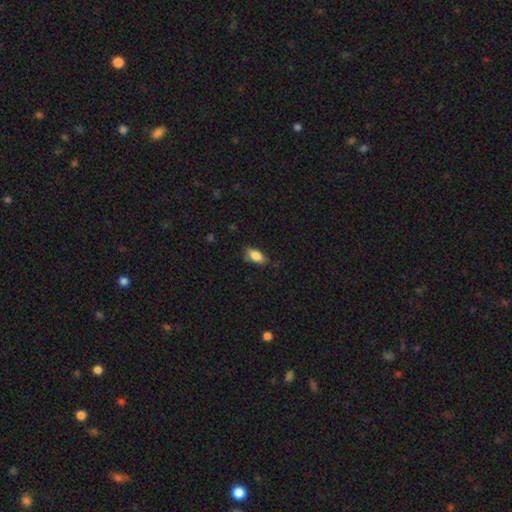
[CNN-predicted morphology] A smooth galaxy with no disk features (85%) that is in between round and cigar-shaped (89%). Merging: none (74%).